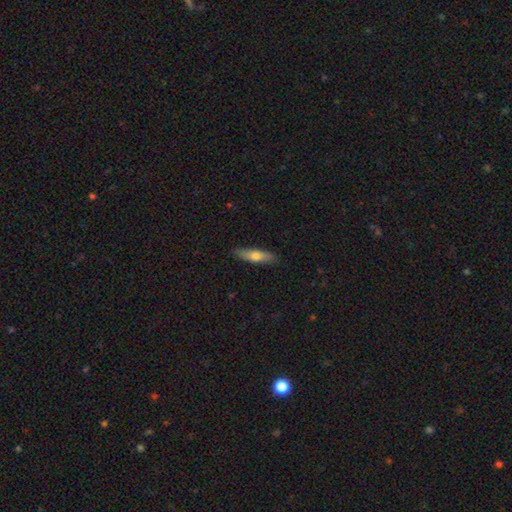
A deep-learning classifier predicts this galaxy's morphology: Smooth or featured?
  - smooth: 63% *
  - featured or disk: 31%
  - star or artifact: 6%
How rounded?
  - cigar-shaped: 72% *
  - in between: 26%
  - round: 2%
Merging?
  - none: 88% *
  - minor disturbance: 9%
  - major disturbance: 2%
  - merger: 1%